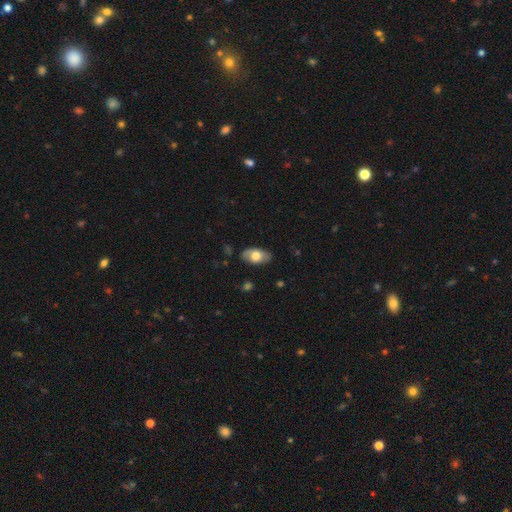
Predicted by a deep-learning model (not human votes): The model was most divided on "smooth or featured": smooth: 65%, featured or disk: 29%, star or artifact: 6%. More confident: how rounded — in between (93%); merging — none (80%).